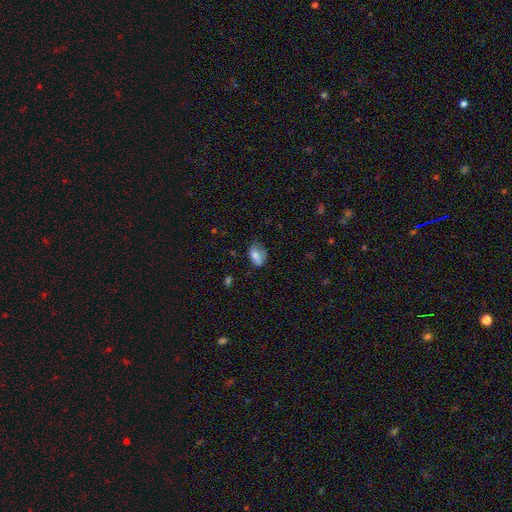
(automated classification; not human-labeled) Overall: smooth (72%). How rounded: in between (82%). Merging: none (48%; minor disturbance 34%).